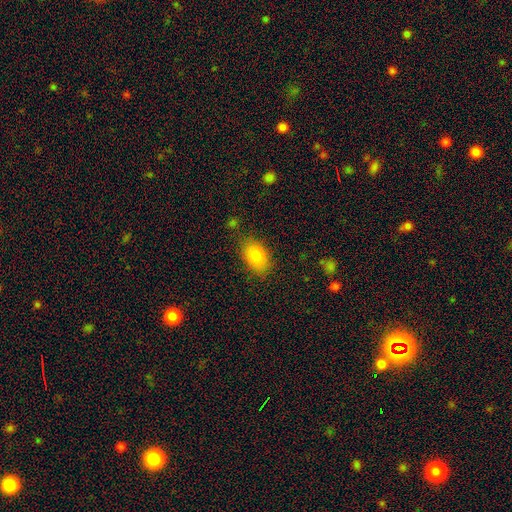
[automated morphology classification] Smooth or featured? smooth (82%)
How rounded? in between (87%)
Merging? none (80%)